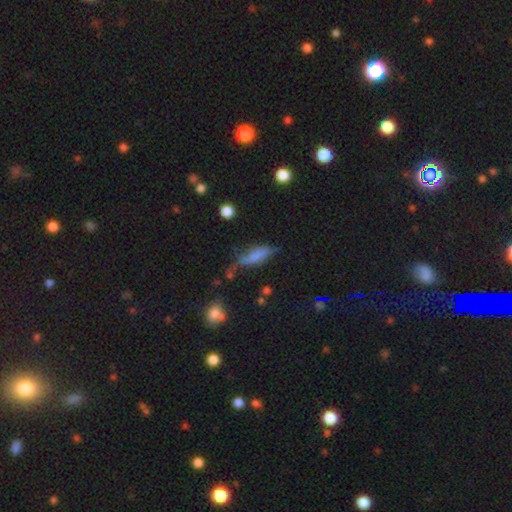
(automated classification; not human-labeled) Smooth or featured? Predicted: smooth (p=0.59). How rounded? Predicted: cigar-shaped (p=0.52). Merging? Predicted: none (p=0.53).